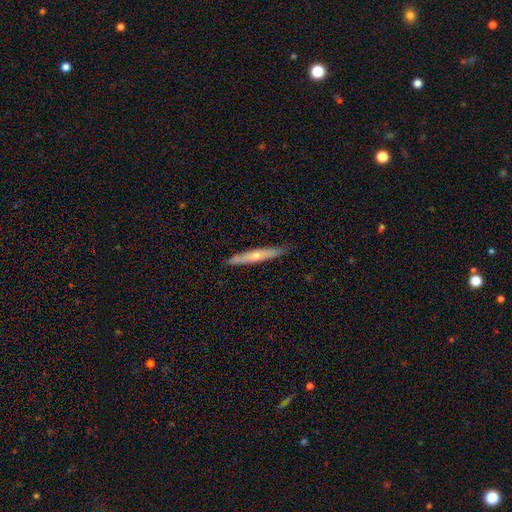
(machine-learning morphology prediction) A smooth galaxy with no disk features (47%, tied with featured or disk).

Vote fractions:
- Smooth or featured? smooth: 47% (tied) / featured or disk: 47% (tied) / star or artifact: 6%
- Merging? none: 85% / minor disturbance: 12% / major disturbance: 2% / merger: 1%